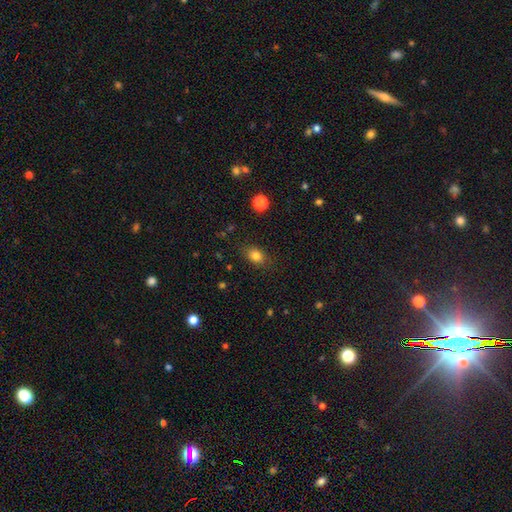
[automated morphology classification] Smooth or featured: smooth — 81% (star or artifact — 11%)
How rounded: in between — 69% (round — 29%)
Merging: none — 83% (minor disturbance — 12%)